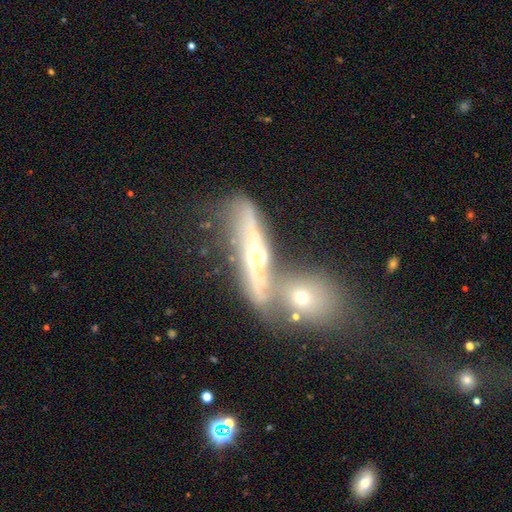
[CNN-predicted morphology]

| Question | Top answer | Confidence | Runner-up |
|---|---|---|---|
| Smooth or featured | featured or disk | 71% | smooth (21%) |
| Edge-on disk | yes | 70% | no (30%) |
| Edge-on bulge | rounded | 85% | none (8%) |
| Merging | merger | 44% | none (34%) |